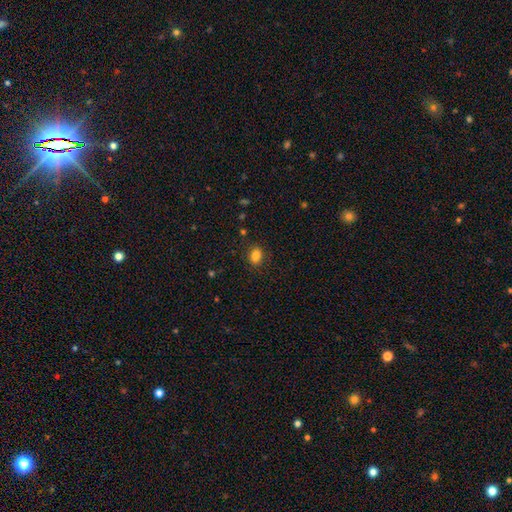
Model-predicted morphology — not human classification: The model was most divided on "how rounded": in between: 69%, round: 29%, cigar-shaped: 1%. More confident: merging — none (85%); smooth or featured — smooth (84%).